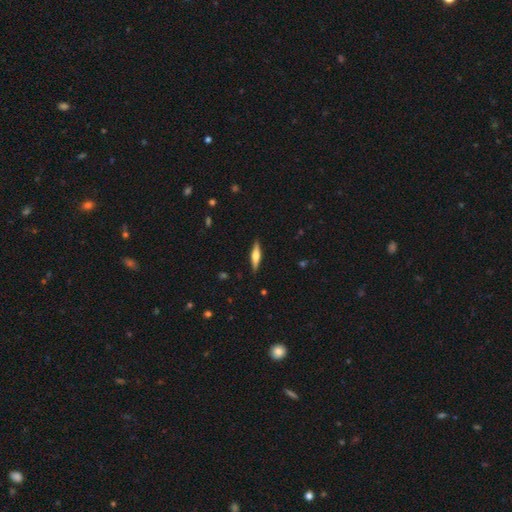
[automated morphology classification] smooth_or_featured: featured or disk (p=0.57) [alt: smooth p=0.38]
disk_edge_on: yes (p=0.96) [alt: no p=0.04]
edge_on_bulge: rounded (p=0.86) [alt: boxy p=0.10]
merging: none (p=0.90) [alt: minor disturbance p=0.08]